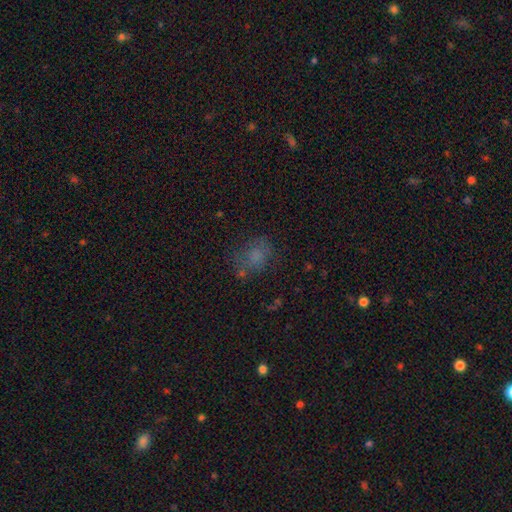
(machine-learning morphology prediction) This appears to be a smooth galaxy with no disk features (67%) that is in between round and cigar-shaped (52%). Merging: none (62%).